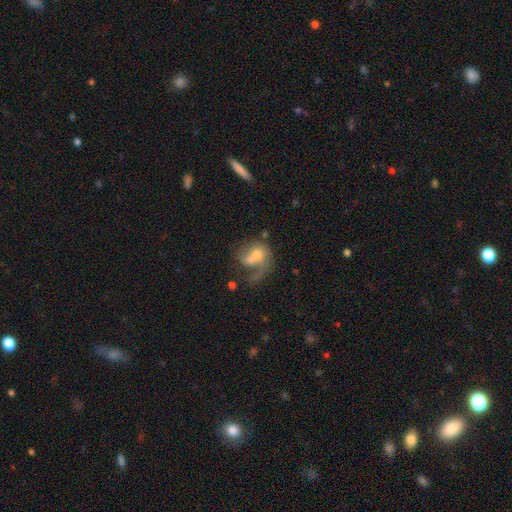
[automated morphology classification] Q: Smooth or featured?
A: featured or disk (49%); runner-up: smooth (42%)
Q: Merging?
A: merger (43%); runner-up: major disturbance (27%)